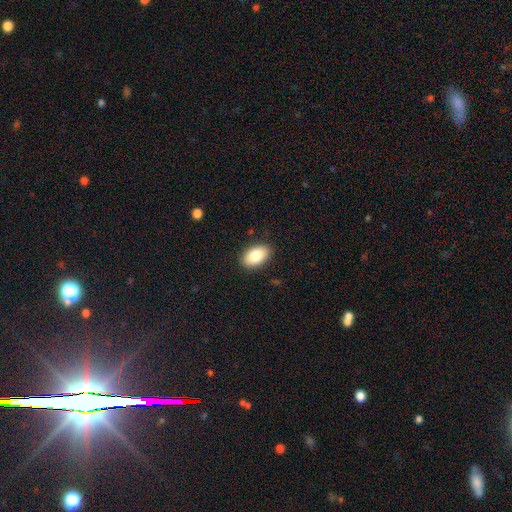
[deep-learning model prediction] smooth 84%, featured or disk 10%, star or artifact 7%. Down the decision tree: how rounded — in between (92%); merging — none (88%).